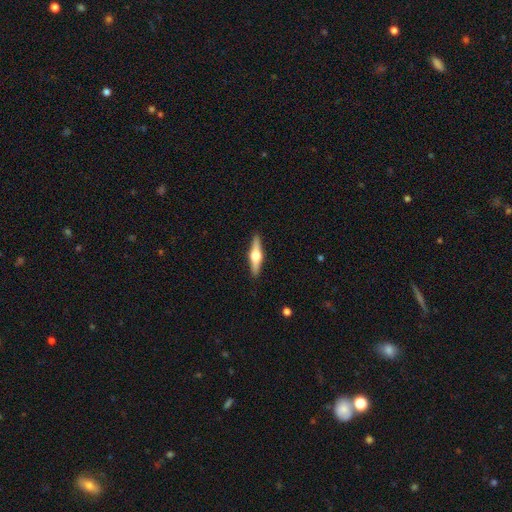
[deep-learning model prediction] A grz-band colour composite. It shows a featured or disk galaxy (70%) viewed edge-on (97%) with a rounded central bulge (96%). Merging: none (91%).